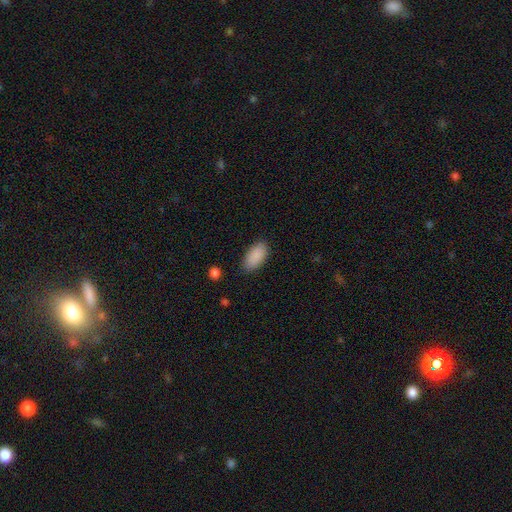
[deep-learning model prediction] The model was most divided on "merging": none: 85%, minor disturbance: 11%, major disturbance: 3%, merger: 1%. More confident: how rounded — in between (93%); smooth or featured — smooth (90%).